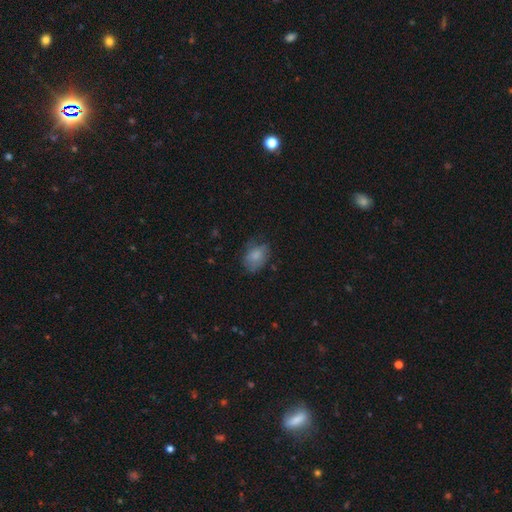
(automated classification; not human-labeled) smooth-or-featured: smooth: 75% | featured or disk: 16% | star or artifact: 9%
  how-rounded: in between: 74% | round: 25% | cigar-shaped: 1%
  merging: none: 53% | minor disturbance: 31% | major disturbance: 15% | merger: 2%